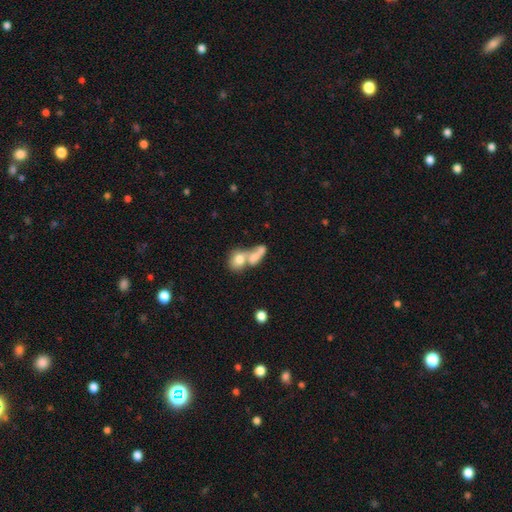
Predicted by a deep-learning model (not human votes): A smooth galaxy with no disk features (68%) that is in between round and cigar-shaped (61%). Merging: merger (71%).